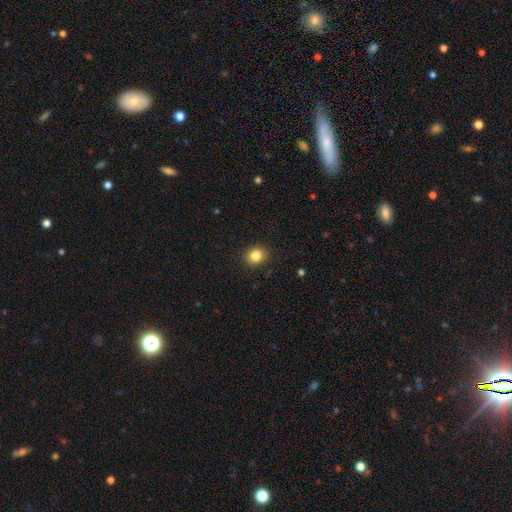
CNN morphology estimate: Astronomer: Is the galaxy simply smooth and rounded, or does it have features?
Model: smooth — 84%.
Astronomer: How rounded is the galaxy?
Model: round — 69%.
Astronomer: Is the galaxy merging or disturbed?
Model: none — 90%.